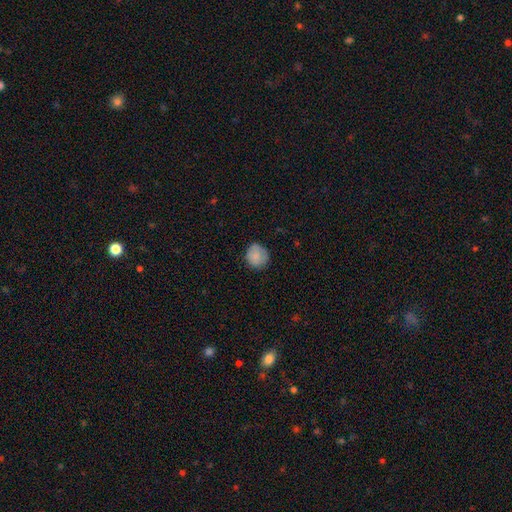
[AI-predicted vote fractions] Smooth or featured? smooth (83%)
How rounded? round (82%)
Merging? none (76%)